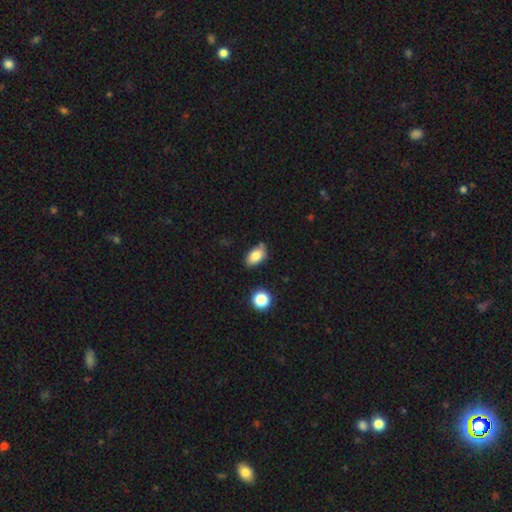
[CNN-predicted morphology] The model was most divided on "merging": none: 74%, minor disturbance: 18%, merger: 5%, major disturbance: 3%. More confident: how rounded — in between (90%); smooth or featured — smooth (82%).